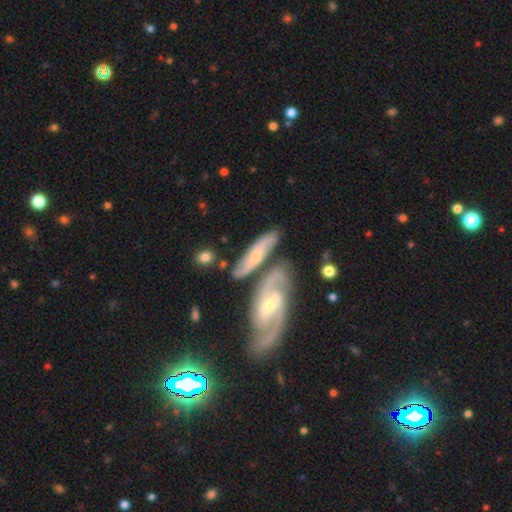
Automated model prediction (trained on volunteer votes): Smooth or featured? featured or disk (65%)
Edge-on disk? no (73%)
Merging? none (54%)